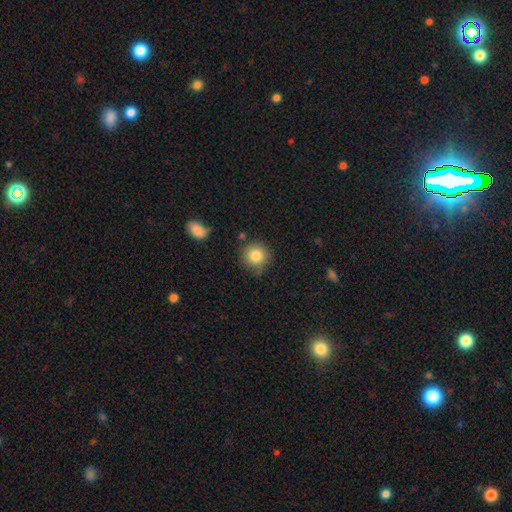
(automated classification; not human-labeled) Overall: smooth (84%). How rounded: round (92%). Merging: none (79%).